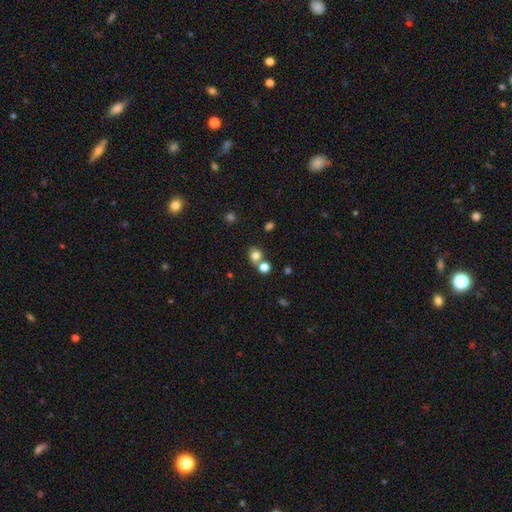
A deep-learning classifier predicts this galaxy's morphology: The model was most divided on "merging": none: 54%, merger: 32%, minor disturbance: 10%, major disturbance: 4%. More confident: smooth or featured — smooth (77%); how rounded — round (70%).